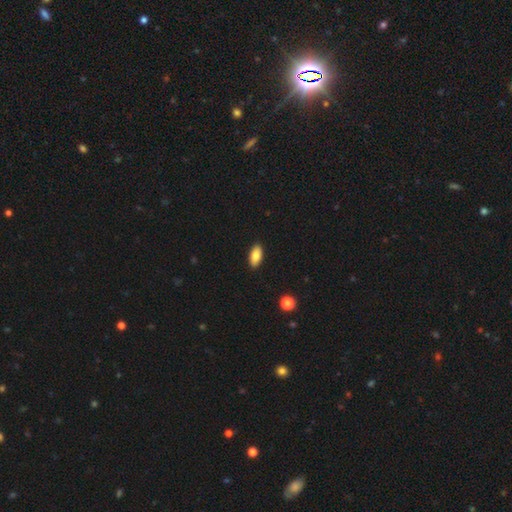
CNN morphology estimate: Q: Smooth or featured?
A: smooth (84%); runner-up: featured or disk (9%)
Q: How rounded?
A: in between (90%); runner-up: cigar-shaped (8%)
Q: Merging?
A: none (90%); runner-up: minor disturbance (7%)